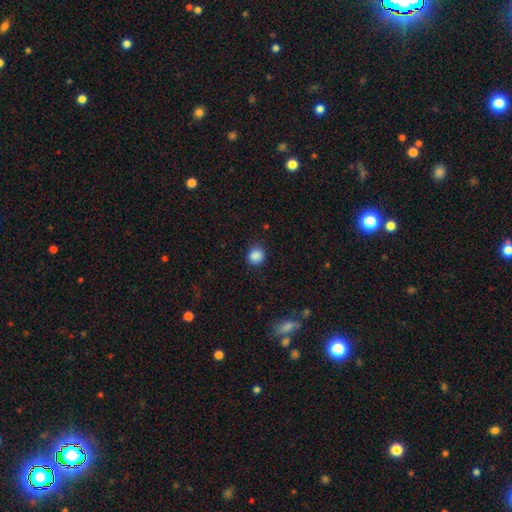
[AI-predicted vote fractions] A smooth galaxy with no disk features (87%) that is round (88%).

Vote fractions:
- Smooth or featured? smooth: 87% / star or artifact: 10% / featured or disk: 3%
- How rounded? round: 88% / in between: 11% / cigar-shaped: 1%
- Merging? none: 87% / minor disturbance: 9% / major disturbance: 3% / merger: 1%